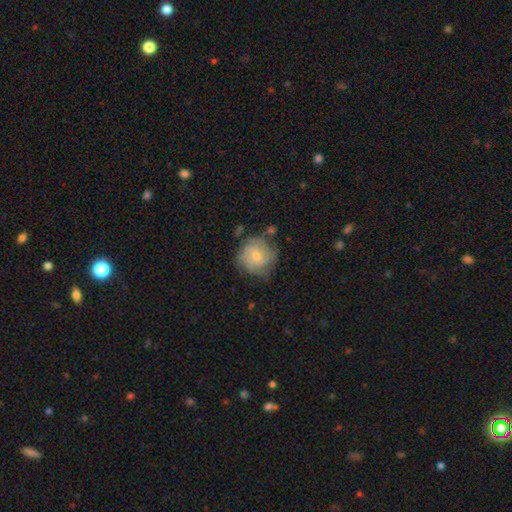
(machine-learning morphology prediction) Smooth or featured? featured or disk (50%)
Merging? none (67%)